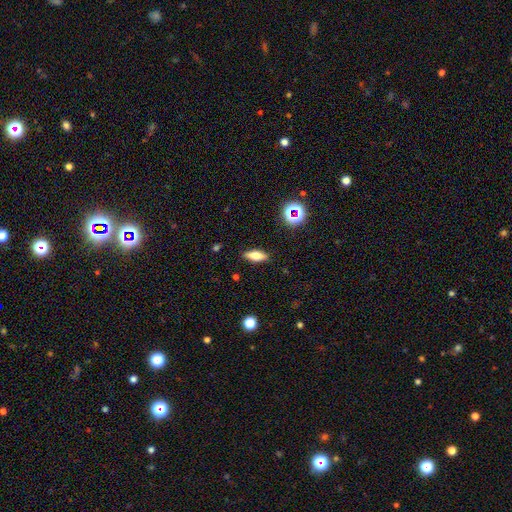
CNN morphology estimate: Overall: smooth (57%; featured or disk 32%). How rounded: in between (59%; cigar-shaped 36%). Merging: none (88%).